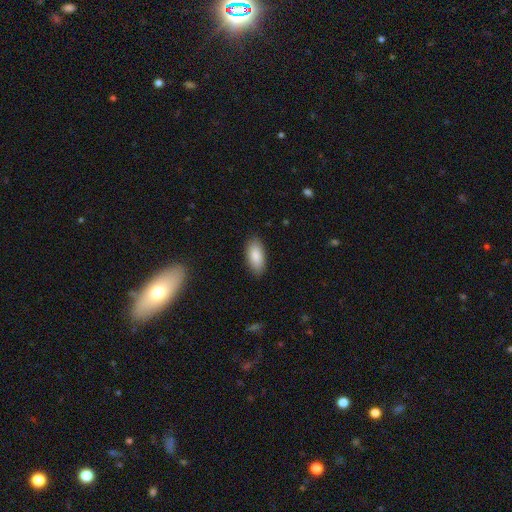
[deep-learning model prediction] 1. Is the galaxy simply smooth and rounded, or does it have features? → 87% smooth, 7% featured or disk, 6% star or artifact.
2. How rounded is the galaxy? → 90% in between, 8% cigar-shaped, 2% round.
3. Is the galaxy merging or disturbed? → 87% none, 10% minor disturbance, 2% major disturbance, 1% merger.